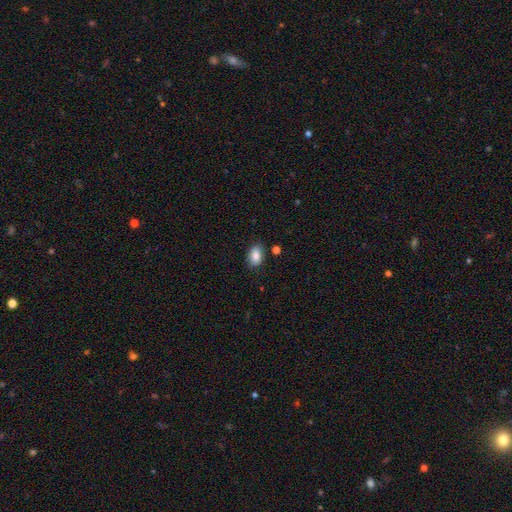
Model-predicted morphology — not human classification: Smooth or featured: smooth — 85% (star or artifact — 8%)
How rounded: in between — 87% (round — 11%)
Merging: none — 83% (minor disturbance — 12%)